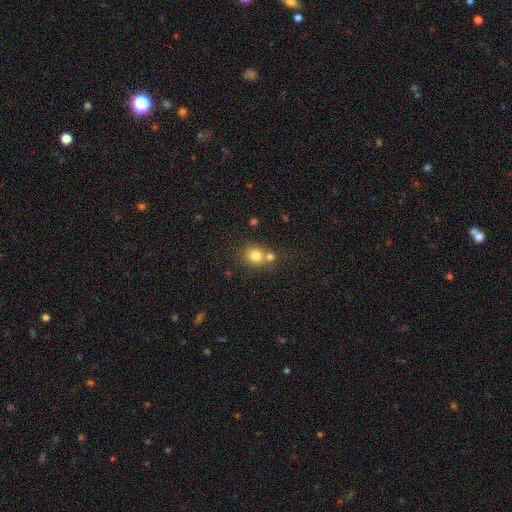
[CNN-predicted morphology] Smooth or featured? Predicted: smooth (p=0.78). How rounded? Predicted: round (p=0.82). Merging? Predicted: none (p=0.50).